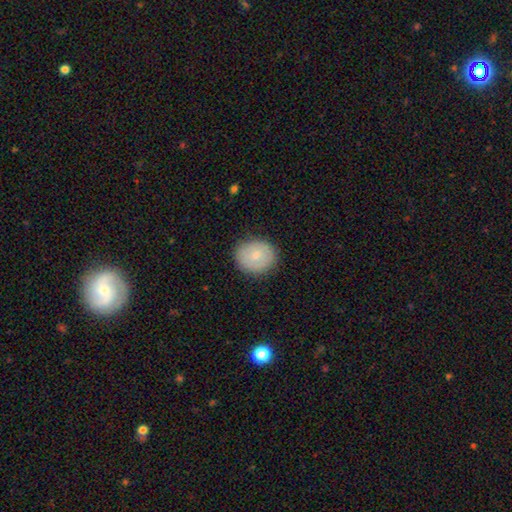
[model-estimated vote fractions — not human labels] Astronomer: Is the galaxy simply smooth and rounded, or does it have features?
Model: smooth — 71%.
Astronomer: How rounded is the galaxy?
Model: round — 67%.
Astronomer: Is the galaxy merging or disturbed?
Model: none — 85%.